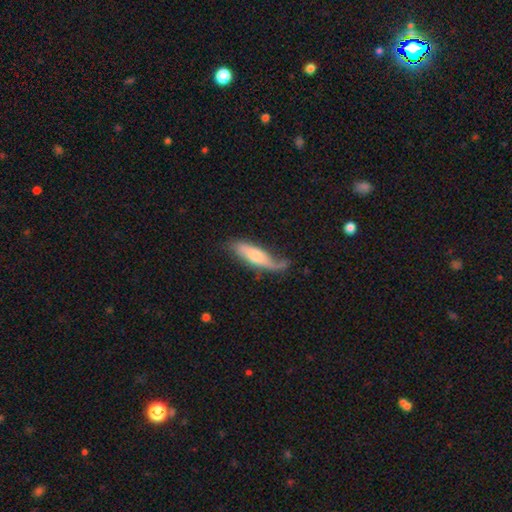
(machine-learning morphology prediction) smooth-or-featured: smooth: 51% | featured or disk: 44% | star or artifact: 6%
  how-rounded: cigar-shaped: 57% | in between: 40% | round: 2%
  merging: none: 49% | minor disturbance: 31% | major disturbance: 15% | merger: 5%